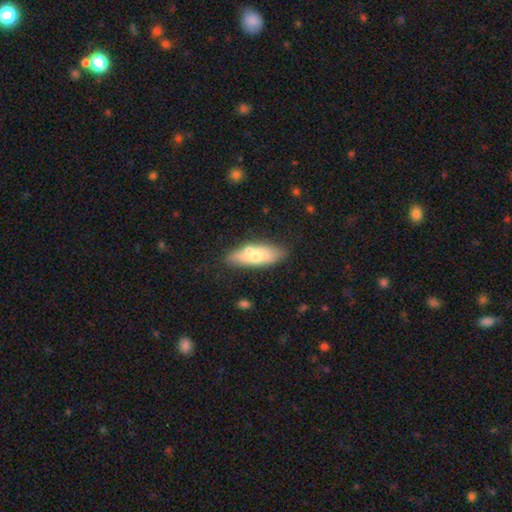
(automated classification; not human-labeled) Smooth or featured? Predicted: smooth (p=0.61). How rounded? Predicted: in between (p=0.65). Merging? Predicted: none (p=0.72).